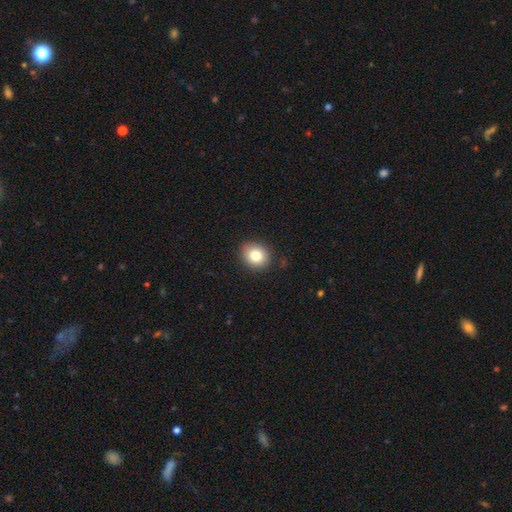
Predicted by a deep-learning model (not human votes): Smooth or featured?
  - smooth: 82% *
  - star or artifact: 10%
  - featured or disk: 8%
How rounded?
  - round: 70% *
  - in between: 29%
  - cigar-shaped: 1%
Merging?
  - none: 88% *
  - minor disturbance: 8%
  - major disturbance: 2%
  - merger: 1%